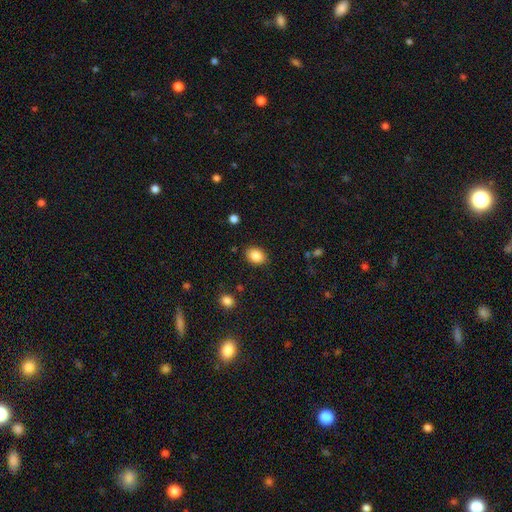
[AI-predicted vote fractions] Smooth or featured? smooth (86%)
How rounded? in between (72%)
Merging? none (86%)